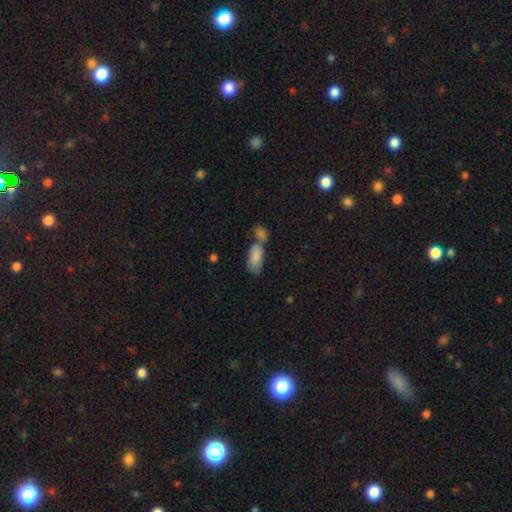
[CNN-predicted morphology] Q: Smooth or featured?
A: smooth (84%); runner-up: featured or disk (10%)
Q: How rounded?
A: in between (90%); runner-up: cigar-shaped (7%)
Q: Merging?
A: merger (48%); runner-up: none (34%)